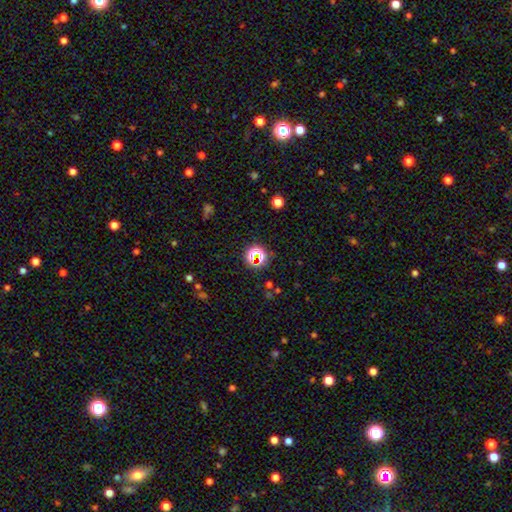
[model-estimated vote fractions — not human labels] Smooth or featured: star or artifact — 61% (smooth — 29%)